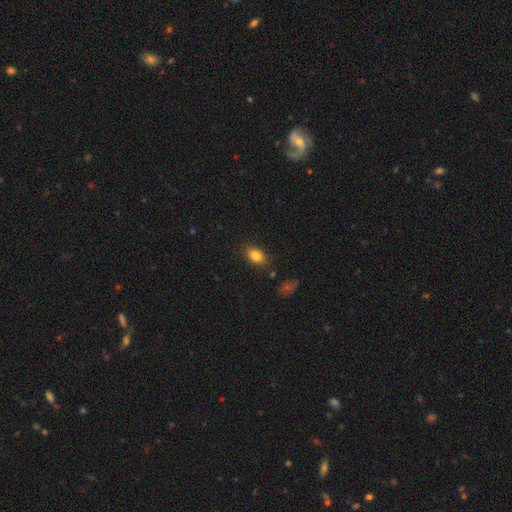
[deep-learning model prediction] This is clearly a smooth galaxy (84%). How rounded: clearly in between (83%). Merging: clearly none (84%).